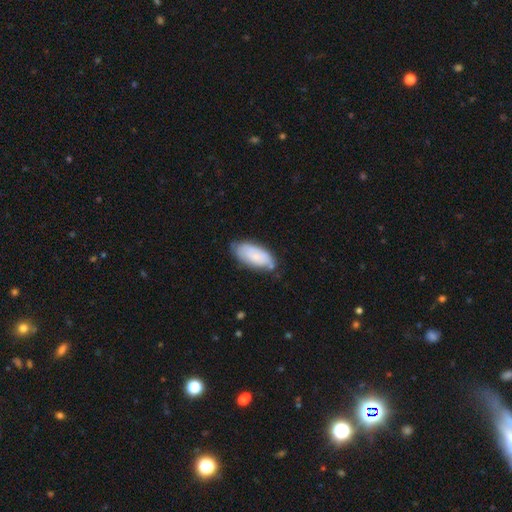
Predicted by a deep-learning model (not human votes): smooth_or_featured: smooth (p=0.60) [alt: featured or disk p=0.33]
how_rounded: in between (p=0.88) [alt: cigar-shaped p=0.10]
merging: none (p=0.63) [alt: minor disturbance p=0.27]